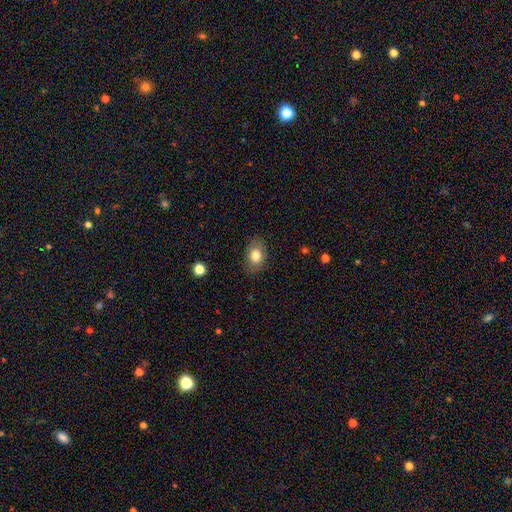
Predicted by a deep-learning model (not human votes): Q: Smooth or featured?
A: smooth (80%); runner-up: featured or disk (11%)
Q: How rounded?
A: in between (76%); runner-up: round (23%)
Q: Merging?
A: none (83%); runner-up: minor disturbance (13%)